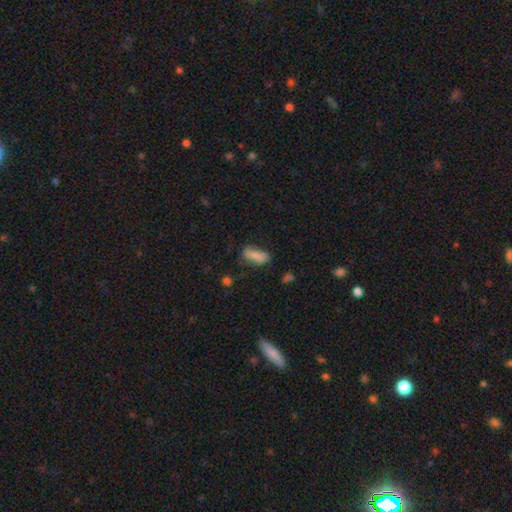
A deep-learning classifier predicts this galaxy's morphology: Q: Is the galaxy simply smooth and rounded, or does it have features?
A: smooth — 75%.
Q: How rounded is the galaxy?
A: in between — 78%.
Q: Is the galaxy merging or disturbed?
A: none — 61%.